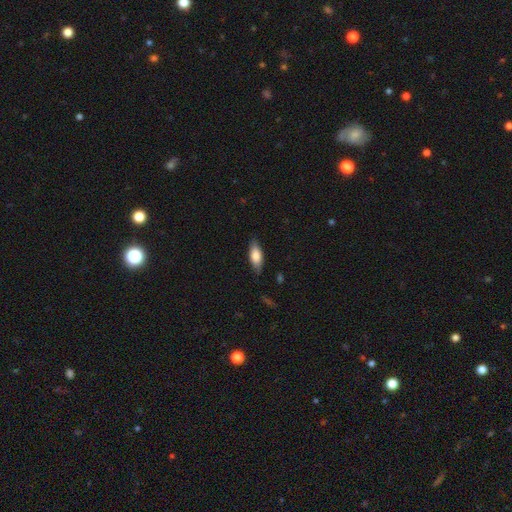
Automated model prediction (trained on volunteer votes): The model was most divided on "how rounded": in between: 76%, cigar-shaped: 22%, round: 2%. More confident: merging — none (82%); smooth or featured — smooth (76%).